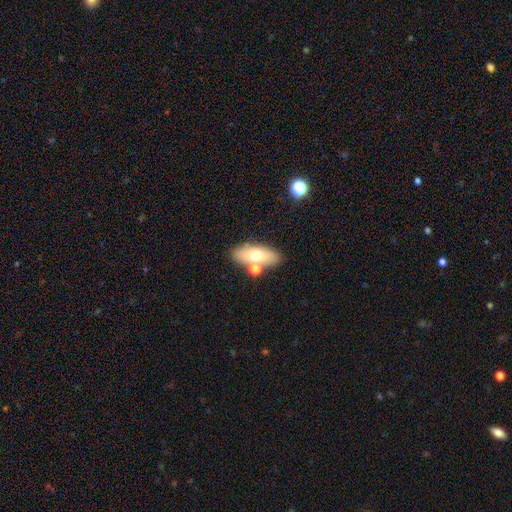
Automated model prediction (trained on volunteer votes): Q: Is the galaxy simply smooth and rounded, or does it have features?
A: smooth — 61%.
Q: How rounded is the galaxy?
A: in between — 75%.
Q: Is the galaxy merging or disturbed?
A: none — 69%.